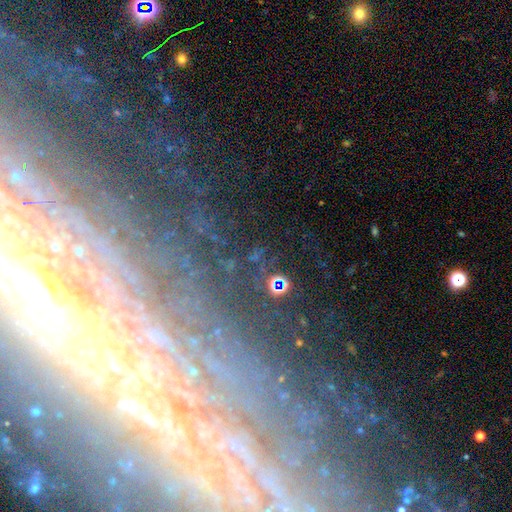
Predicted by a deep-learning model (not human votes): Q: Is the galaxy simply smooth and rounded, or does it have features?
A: star or artifact — 44%.